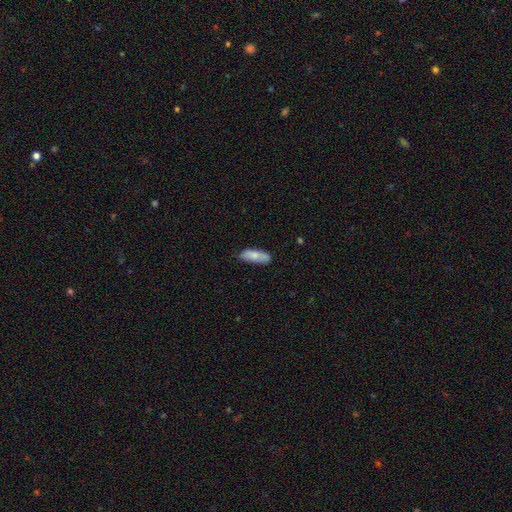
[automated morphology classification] This appears to be a smooth galaxy with no disk features (76%) that is in between round and cigar-shaped (66%). Merging: none (69%).